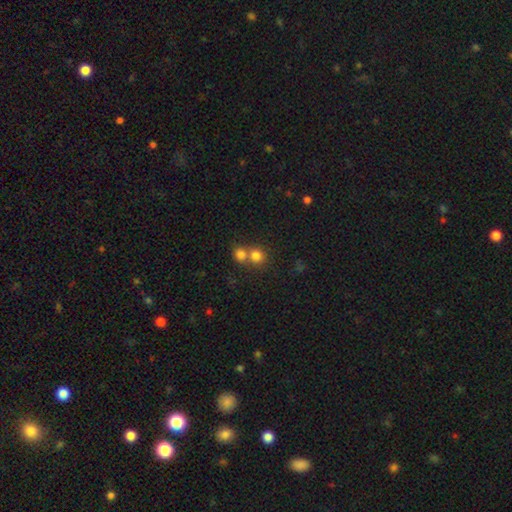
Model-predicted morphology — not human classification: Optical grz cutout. It shows a smooth galaxy with no disk features (79%) that is round (86%). Merging: merger (49%).